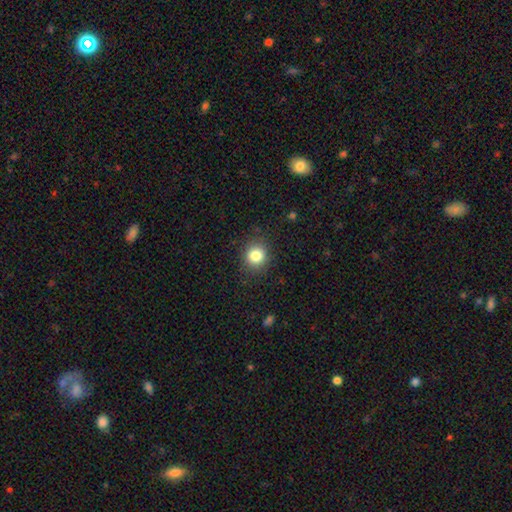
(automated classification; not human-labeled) smooth-or-featured: smooth: 82% | star or artifact: 12% | featured or disk: 6%
  how-rounded: round: 85% | in between: 14% | cigar-shaped: 1%
  merging: none: 88% | minor disturbance: 8% | major disturbance: 3% | merger: 1%